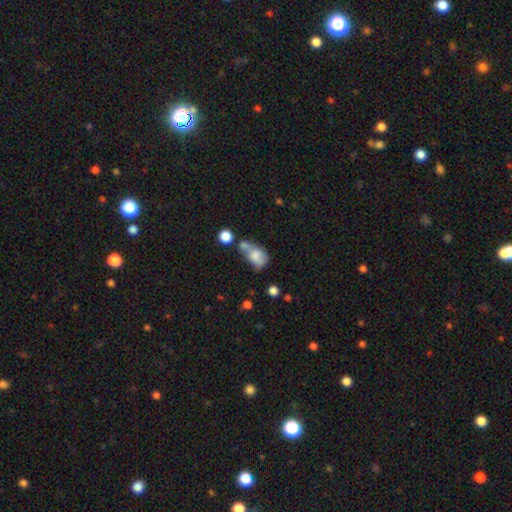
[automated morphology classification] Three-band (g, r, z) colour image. It shows a smooth galaxy with no disk features (70%) that is in between round and cigar-shaped (76%). Merging: merger (45%).